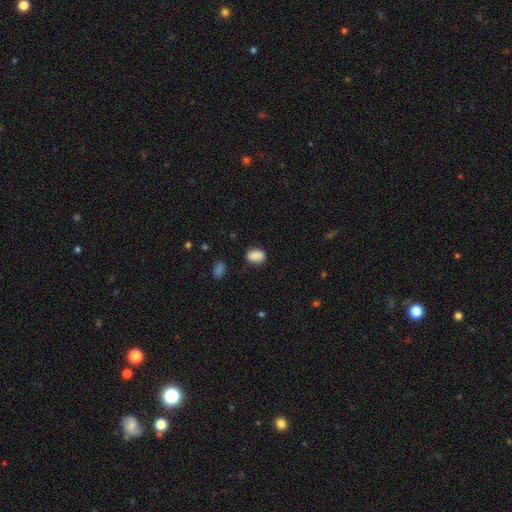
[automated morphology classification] smooth-or-featured: smooth: 87% | star or artifact: 8% | featured or disk: 5%
  how-rounded: in between: 75% | round: 24% | cigar-shaped: 2%
  merging: none: 79% | minor disturbance: 15% | major disturbance: 4% | merger: 2%